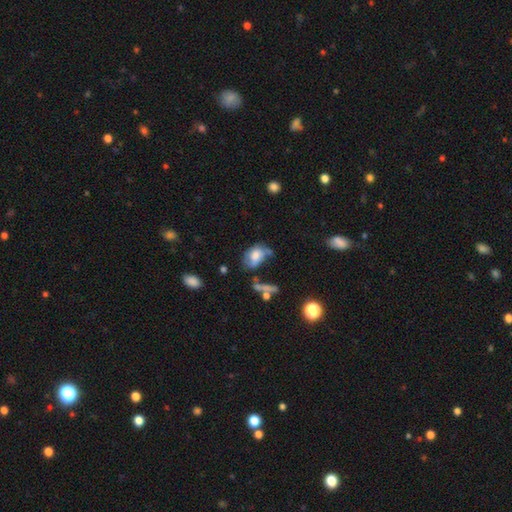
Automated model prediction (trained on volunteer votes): Morphology: type=smooth (58%); roundness=in between (82%); merging=none (33%).